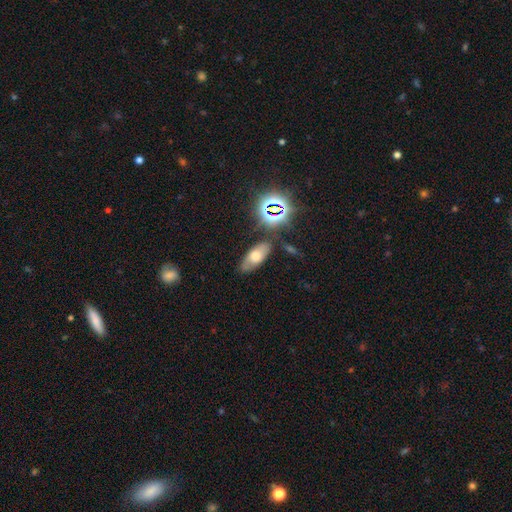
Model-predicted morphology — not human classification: smooth 52%, featured or disk 28%, star or artifact 20%. Down the decision tree: how rounded — in between (84%); merging — none (76%).